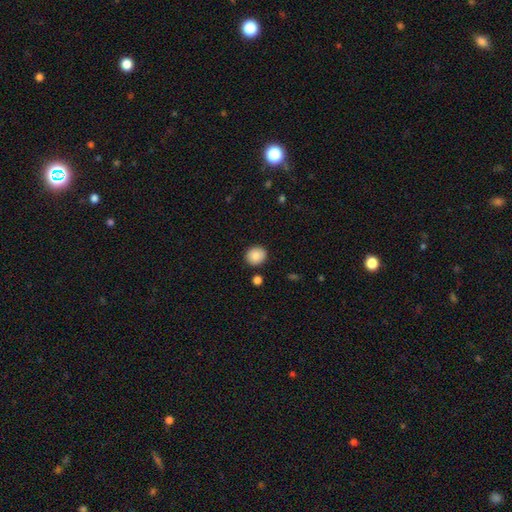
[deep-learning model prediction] smooth_or_featured: smooth (p=0.84) [alt: star or artifact p=0.08]
how_rounded: round (p=0.86) [alt: in between p=0.13]
merging: none (p=0.89) [alt: minor disturbance p=0.07]